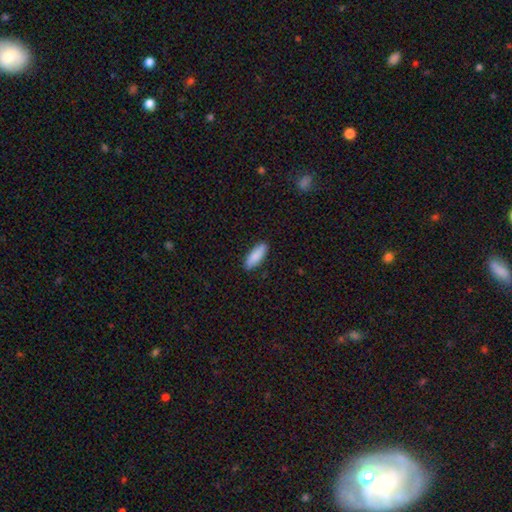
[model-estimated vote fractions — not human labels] smooth_or_featured: smooth (p=0.88) [alt: featured or disk p=0.07]
how_rounded: in between (p=0.59) [alt: cigar-shaped p=0.39]
merging: none (p=0.90) [alt: minor disturbance p=0.08]